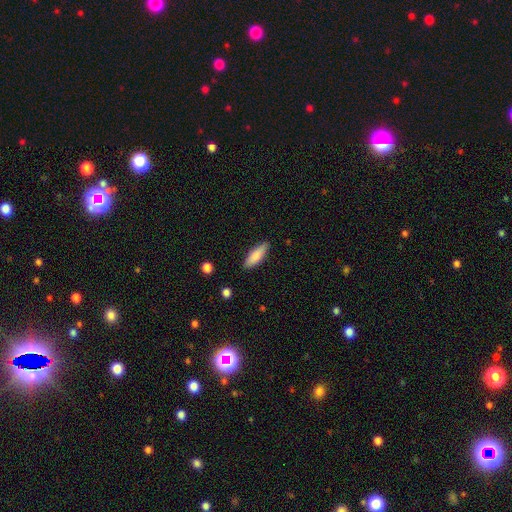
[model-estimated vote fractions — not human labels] smooth 83%, featured or disk 11%, star or artifact 6%. Down the decision tree: how rounded — in between (53%); merging — none (85%).